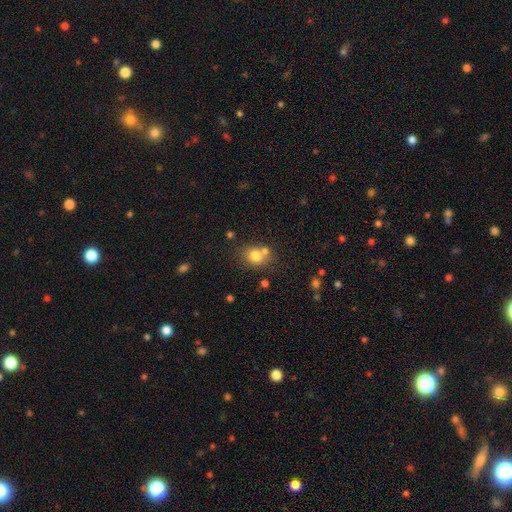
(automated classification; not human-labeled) Smooth or featured? Predicted: smooth (p=0.78). How rounded? Predicted: round (p=0.67). Merging? Predicted: none (p=0.56).